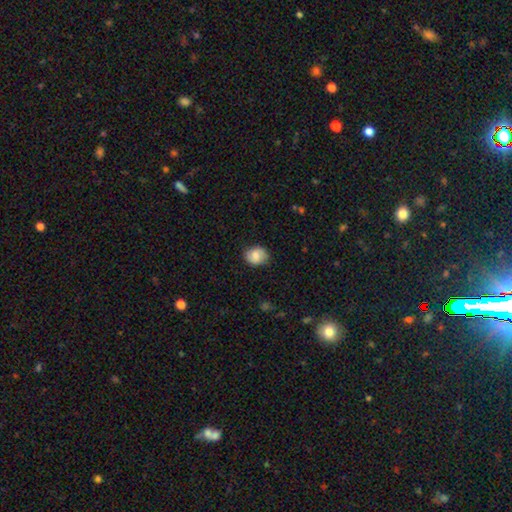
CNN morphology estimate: smooth_or_featured: smooth (p=0.78) [alt: featured or disk p=0.15]
how_rounded: round (p=0.60) [alt: in between p=0.39]
merging: none (p=0.81) [alt: minor disturbance p=0.15]